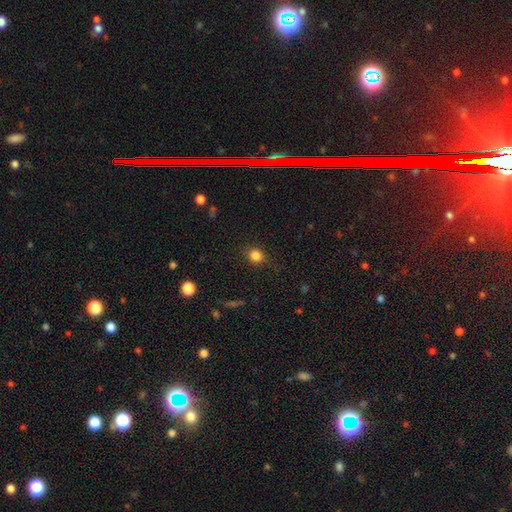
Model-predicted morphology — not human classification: smooth-or-featured: smooth: 82% | star or artifact: 13% | featured or disk: 5%
  how-rounded: round: 84% | in between: 15% | cigar-shaped: 1%
  merging: none: 82% | minor disturbance: 12% | major disturbance: 4% | merger: 1%